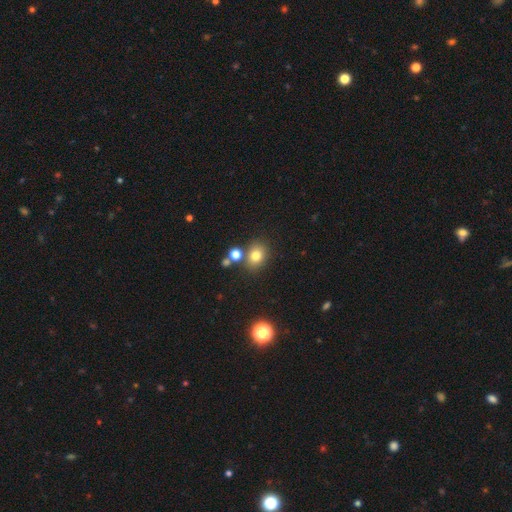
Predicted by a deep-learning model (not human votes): This is likely a smooth galaxy (77%). How rounded: possibly round (60%). Merging: likely none (71%).